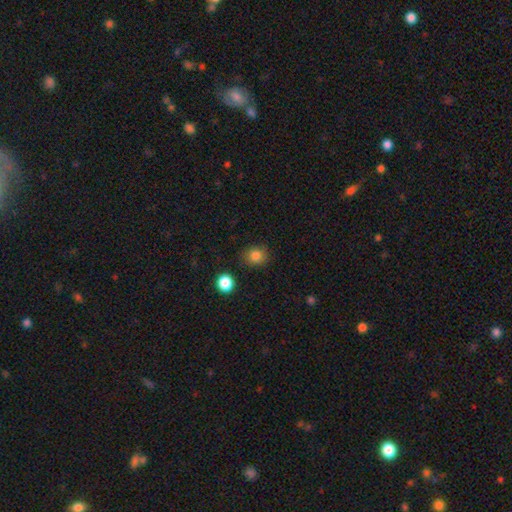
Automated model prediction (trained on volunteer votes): Smooth or featured: smooth — 83% (star or artifact — 12%)
How rounded: round — 80% (in between — 19%)
Merging: none — 85% (minor disturbance — 10%)